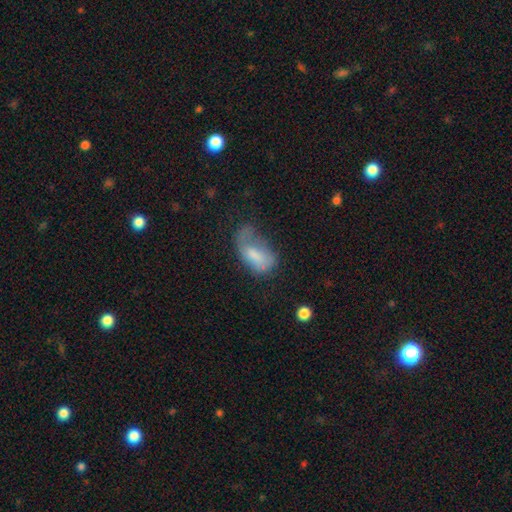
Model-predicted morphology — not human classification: Smooth or featured? smooth (66%)
How rounded? in between (91%)
Merging? major disturbance (41%)